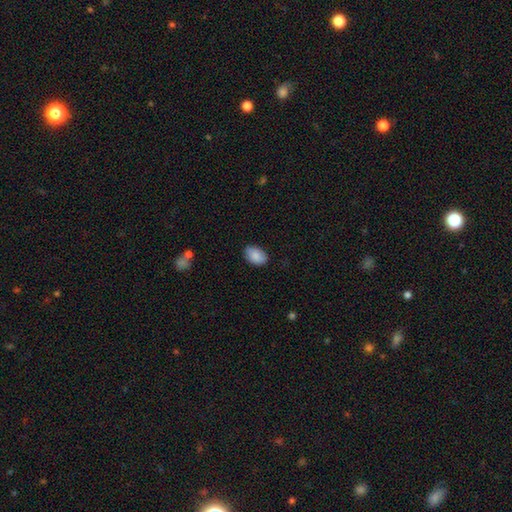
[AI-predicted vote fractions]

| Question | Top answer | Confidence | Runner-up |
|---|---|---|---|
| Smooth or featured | smooth | 87% | featured or disk (7%) |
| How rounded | in between | 87% | round (12%) |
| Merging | none | 84% | minor disturbance (12%) |